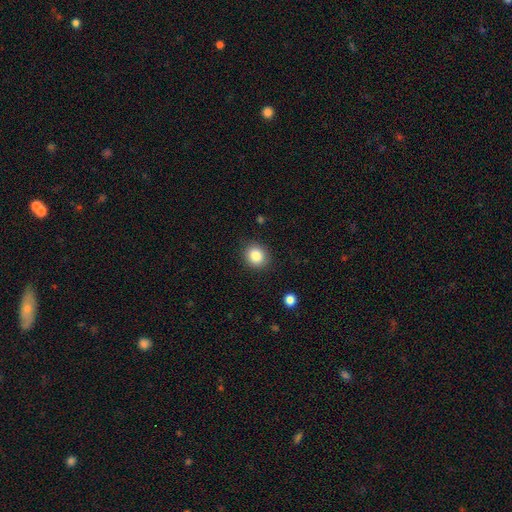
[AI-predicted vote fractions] Overall: smooth (85%). How rounded: round (78%). Merging: none (89%).